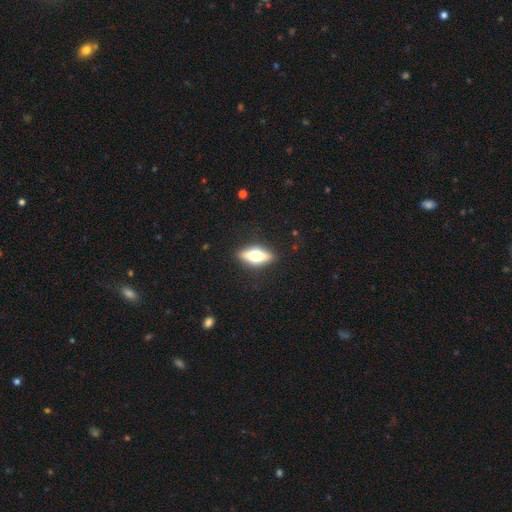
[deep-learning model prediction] This is possibly a featured or disk galaxy (50%). It is clearly viewed edge-on (88%). Merging: clearly none (87%).